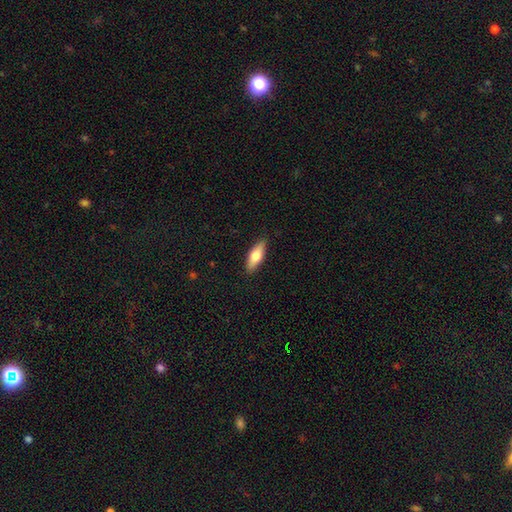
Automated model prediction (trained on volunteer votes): smooth_or_featured: smooth (p=0.66) [alt: featured or disk p=0.28]
how_rounded: in between (p=0.59) [alt: cigar-shaped p=0.38]
merging: none (p=0.87) [alt: minor disturbance p=0.10]